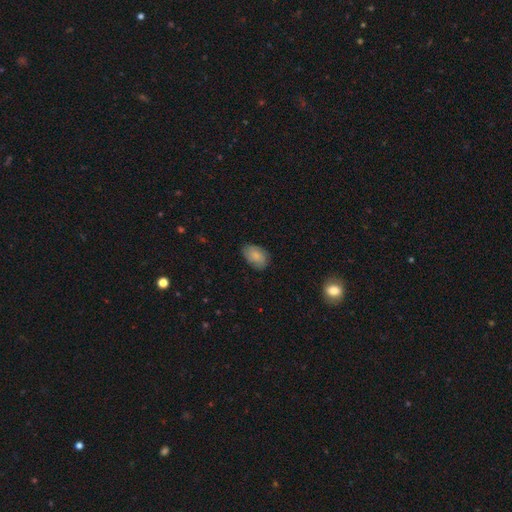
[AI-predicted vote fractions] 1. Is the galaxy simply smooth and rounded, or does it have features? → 70% smooth, 23% featured or disk, 8% star or artifact.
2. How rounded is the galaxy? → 85% in between, 14% round, 1% cigar-shaped.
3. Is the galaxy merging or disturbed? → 77% none, 19% minor disturbance, 4% major disturbance, 1% merger.